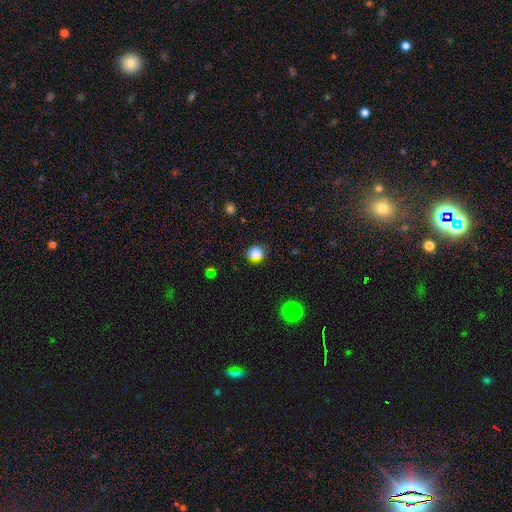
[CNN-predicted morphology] Q: Smooth or featured?
A: smooth (77%); runner-up: star or artifact (18%)
Q: How rounded?
A: round (83%); runner-up: in between (16%)
Q: Merging?
A: none (84%); runner-up: minor disturbance (10%)